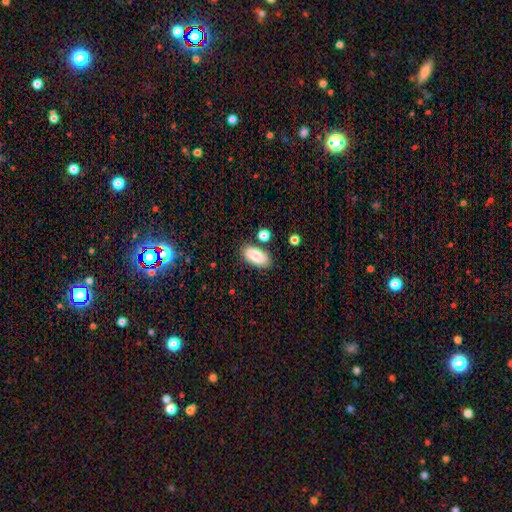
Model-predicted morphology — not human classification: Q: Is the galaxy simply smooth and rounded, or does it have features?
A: smooth — 84%.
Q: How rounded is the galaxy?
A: in between — 93%.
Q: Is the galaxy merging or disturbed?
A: none — 79%.